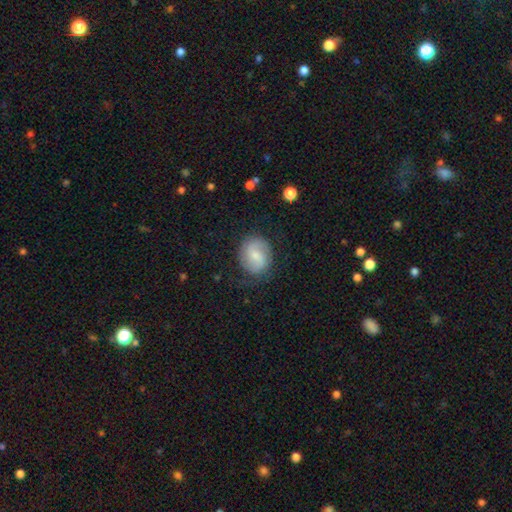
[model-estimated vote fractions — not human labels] Overall: featured or disk (47%; smooth 45%). Merging: none (76%).